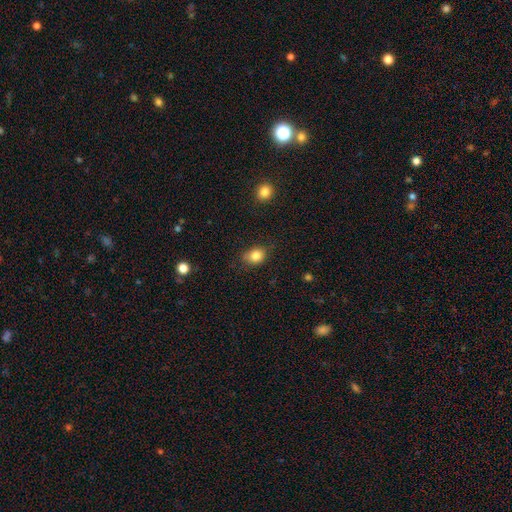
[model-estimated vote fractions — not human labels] A smooth galaxy with no disk features (84%) that is round (50%). Merging: none (71%).